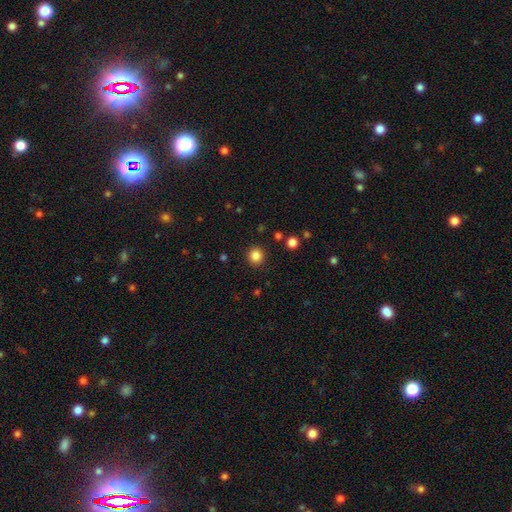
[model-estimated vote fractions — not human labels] This appears to be a smooth galaxy with no disk features (85%) that is round (93%). Merging: none (91%).